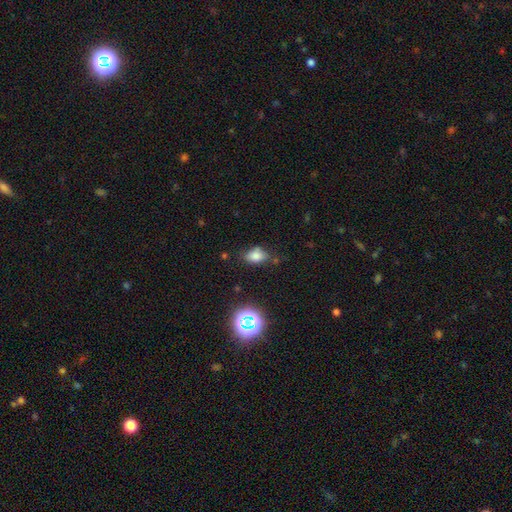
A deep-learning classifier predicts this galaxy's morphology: Smooth or featured? smooth (74%)
How rounded? in between (82%)
Merging? none (64%)